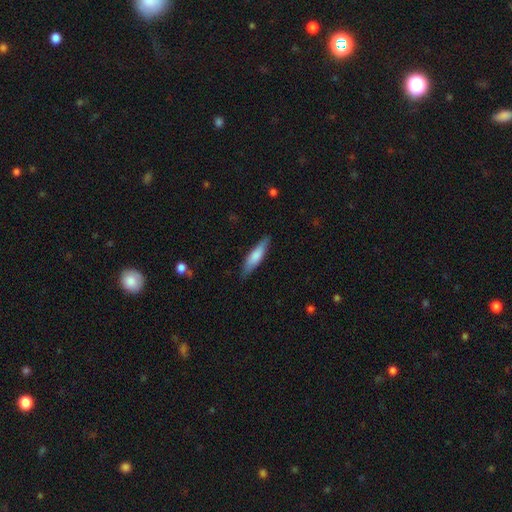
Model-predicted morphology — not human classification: smooth 72%, featured or disk 23%, star or artifact 5%. Down the decision tree: how rounded — cigar-shaped (74%); merging — none (85%).